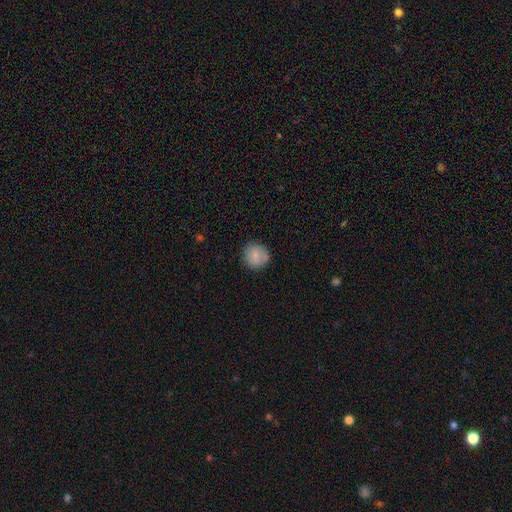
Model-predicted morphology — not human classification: smooth-or-featured: smooth: 79% | featured or disk: 14% | star or artifact: 7%
  how-rounded: round: 91% | in between: 8% | cigar-shaped: 1%
  merging: none: 82% | minor disturbance: 14% | major disturbance: 3% | merger: 1%